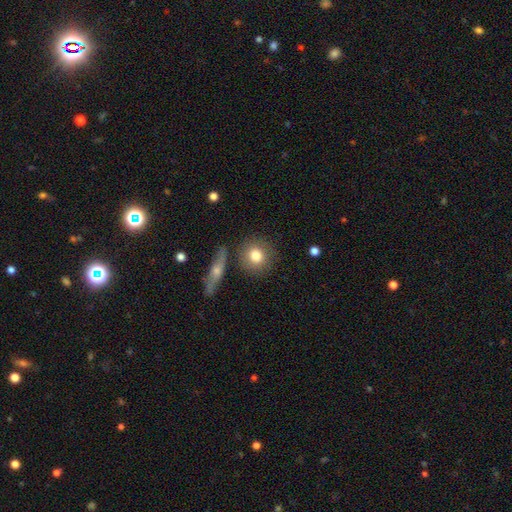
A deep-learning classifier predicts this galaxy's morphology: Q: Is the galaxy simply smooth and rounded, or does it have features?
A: smooth — 79%.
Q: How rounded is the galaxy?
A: round — 87%.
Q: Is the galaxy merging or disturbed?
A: none — 82%.